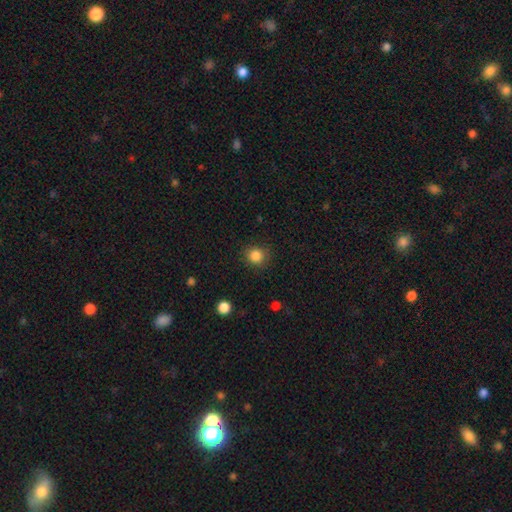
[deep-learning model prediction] Q: Smooth or featured?
A: smooth (85%); runner-up: star or artifact (11%)
Q: How rounded?
A: round (89%); runner-up: in between (11%)
Q: Merging?
A: none (87%); runner-up: minor disturbance (9%)